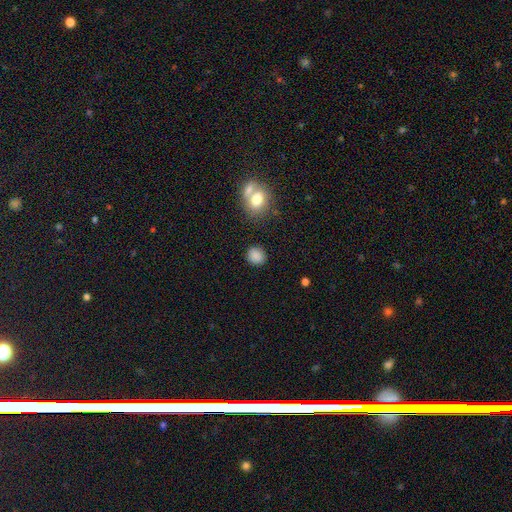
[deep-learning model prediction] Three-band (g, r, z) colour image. It shows a smooth galaxy with no disk features (86%) that is round (76%). Merging: none (85%).